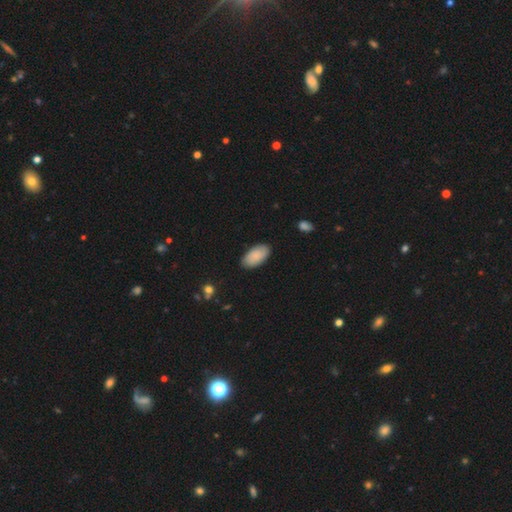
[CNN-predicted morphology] A smooth galaxy with no disk features (85%) that is in between round and cigar-shaped (95%). Merging: none (85%).